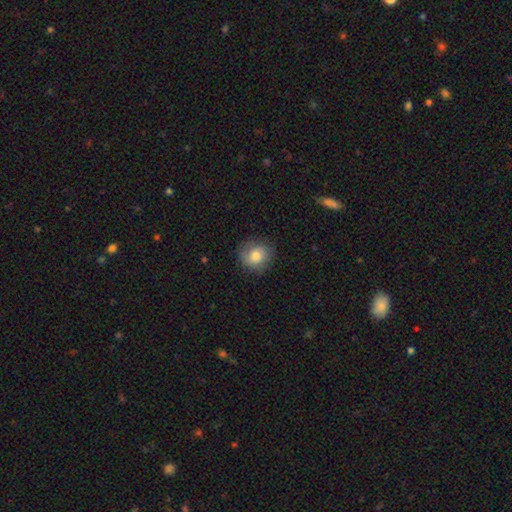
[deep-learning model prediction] Morphology: type=smooth (79%); roundness=round (83%); merging=none (79%).